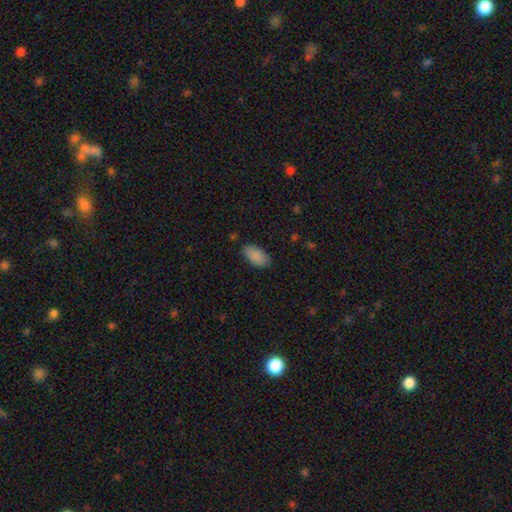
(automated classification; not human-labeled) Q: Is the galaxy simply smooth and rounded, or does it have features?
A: smooth — 89%.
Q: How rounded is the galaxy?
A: in between — 94%.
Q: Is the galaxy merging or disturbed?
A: none — 83%.